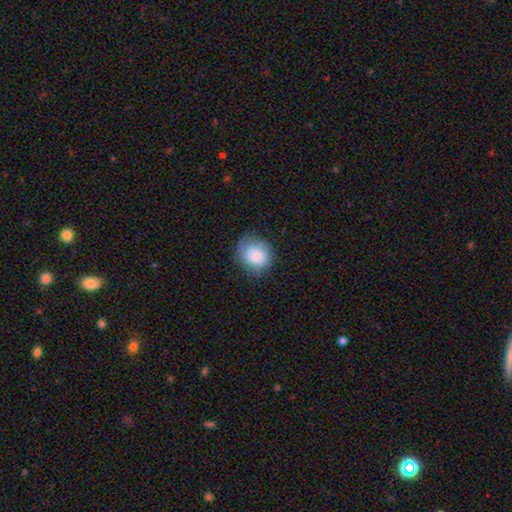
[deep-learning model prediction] Overall: smooth (75%). How rounded: round (75%). Merging: none (67%).